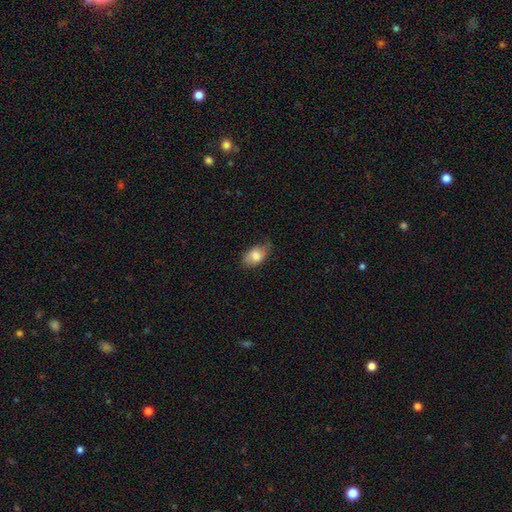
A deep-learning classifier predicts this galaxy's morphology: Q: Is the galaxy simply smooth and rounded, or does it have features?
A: smooth — 79%.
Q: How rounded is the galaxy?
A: in between — 87%.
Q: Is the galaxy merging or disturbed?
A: none — 62%.